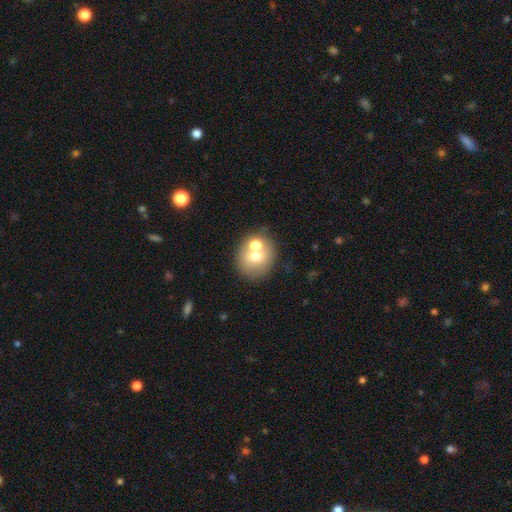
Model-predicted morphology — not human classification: Smooth or featured? smooth (65%)
How rounded? round (77%)
Merging? none (53%)